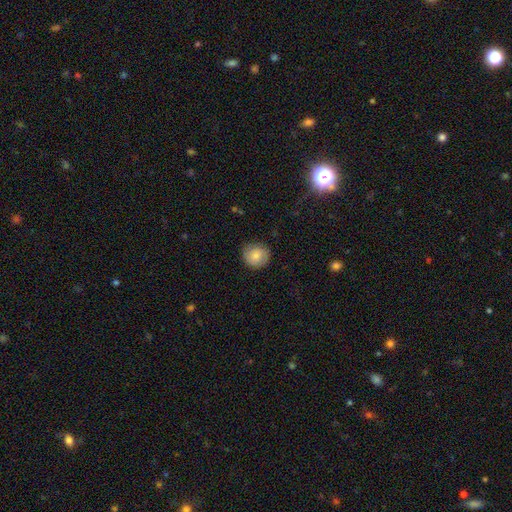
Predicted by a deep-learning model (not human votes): A smooth galaxy with no disk features (77%) that is round (90%).

Vote fractions:
- Smooth or featured? smooth: 77% / featured or disk: 15% / star or artifact: 8%
- How rounded? round: 90% / in between: 9% / cigar-shaped: 1%
- Merging? none: 84% / minor disturbance: 12% / major disturbance: 3% / merger: 1%